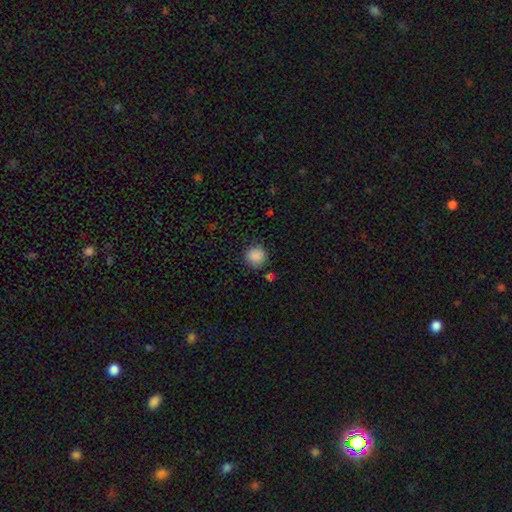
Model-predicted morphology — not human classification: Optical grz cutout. It shows a smooth galaxy with no disk features (88%) that is round (92%). Merging: none (84%).